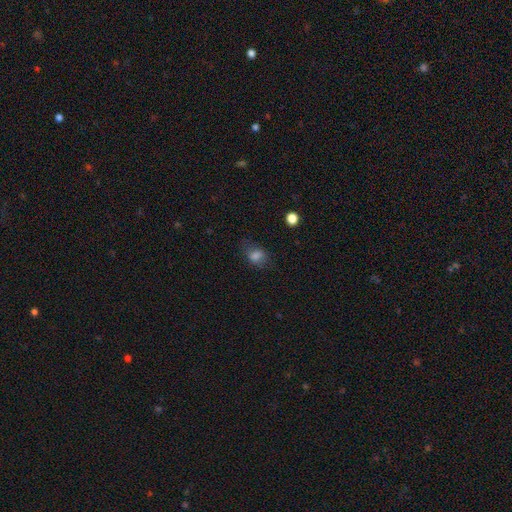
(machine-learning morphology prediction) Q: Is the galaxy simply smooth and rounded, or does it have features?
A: smooth — 76%.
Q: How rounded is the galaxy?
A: in between — 70%.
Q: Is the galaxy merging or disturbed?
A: none — 60%.